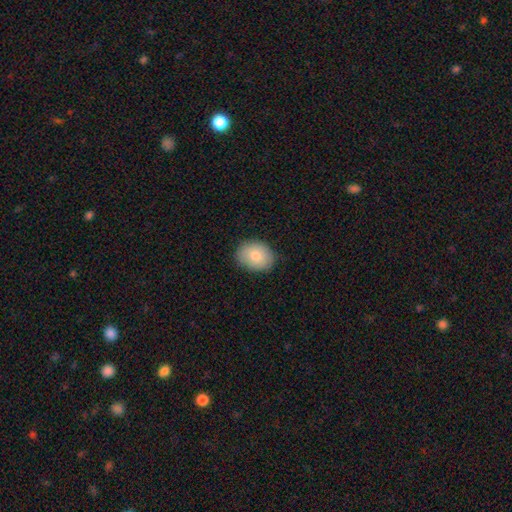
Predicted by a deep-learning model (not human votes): A smooth galaxy with no disk features (82%) that is in between round and cigar-shaped (61%).

Vote fractions:
- Smooth or featured? smooth: 82% / featured or disk: 11% / star or artifact: 7%
- How rounded? in between: 61% / round: 38% / cigar-shaped: 1%
- Merging? none: 84% / minor disturbance: 12% / major disturbance: 2% / merger: 1%